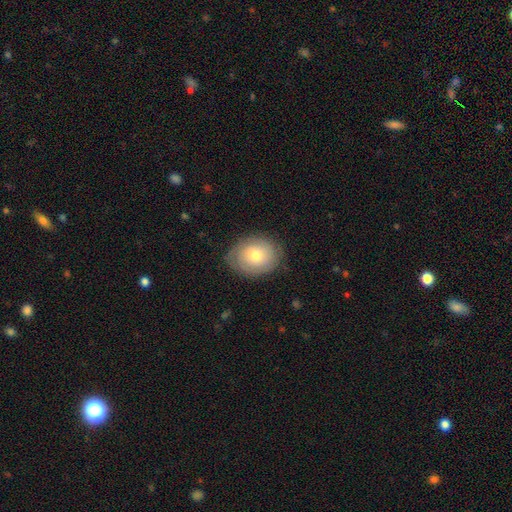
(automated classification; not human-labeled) Smooth or featured? Predicted: smooth (p=0.58). How rounded? Predicted: round (p=0.50). Merging? Predicted: none (p=0.80).